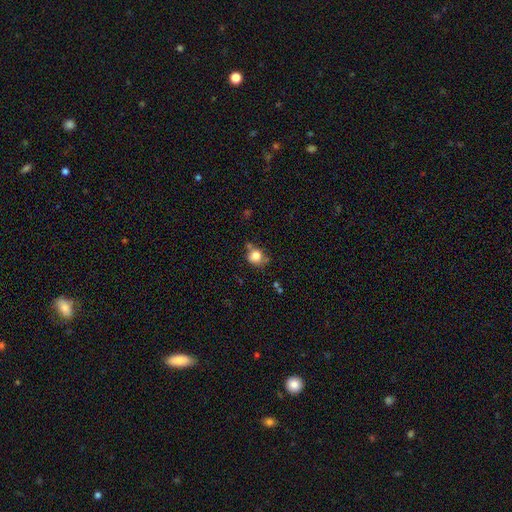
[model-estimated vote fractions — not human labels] smooth 81%, star or artifact 11%, featured or disk 9%. Down the decision tree: how rounded — round (76%); merging — none (60%).